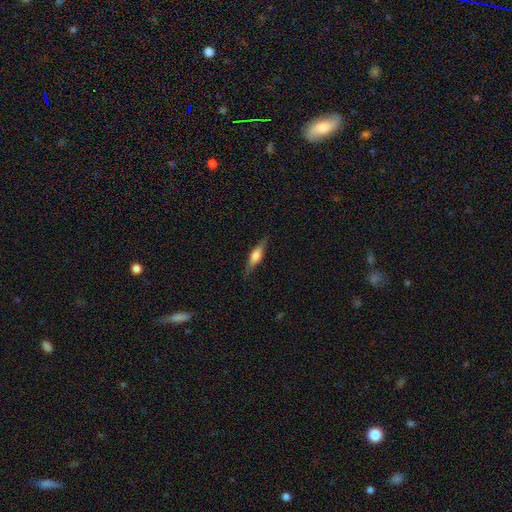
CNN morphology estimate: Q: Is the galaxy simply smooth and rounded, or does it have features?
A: featured or disk — 55%.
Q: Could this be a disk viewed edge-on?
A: yes — 95%.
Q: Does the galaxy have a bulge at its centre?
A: rounded — 78%.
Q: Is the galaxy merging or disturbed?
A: none — 85%.